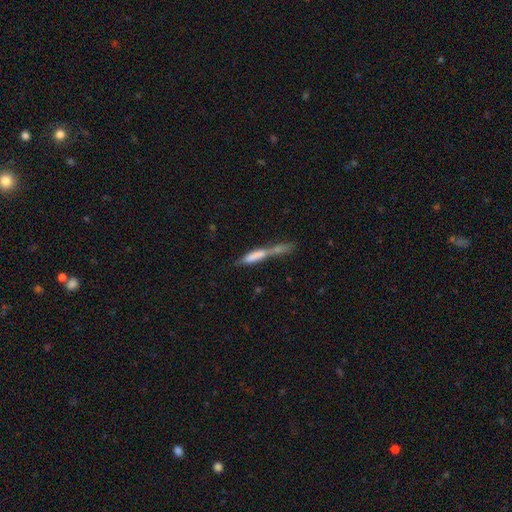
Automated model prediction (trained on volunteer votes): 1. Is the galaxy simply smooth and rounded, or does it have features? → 63% smooth, 28% featured or disk, 8% star or artifact.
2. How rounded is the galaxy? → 81% cigar-shaped, 17% in between, 2% round.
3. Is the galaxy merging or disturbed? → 61% merger, 20% none, 10% minor disturbance, 8% major disturbance.